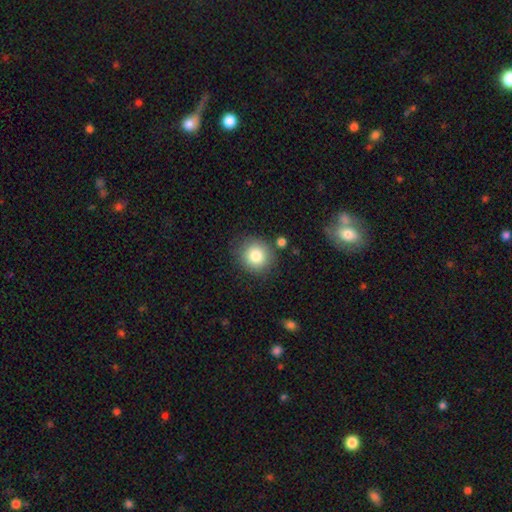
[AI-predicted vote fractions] Morphology: type=smooth (82%); roundness=round (87%); merging=none (82%).